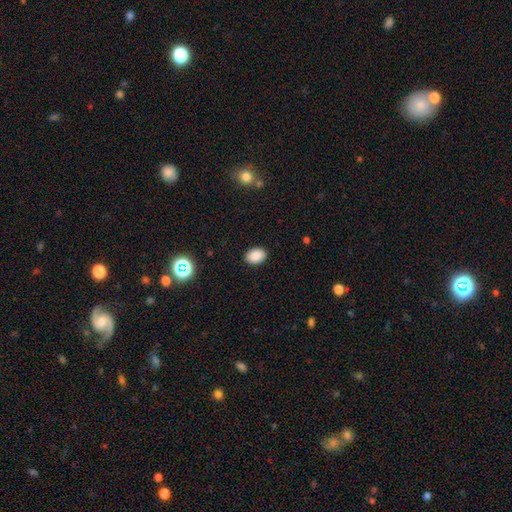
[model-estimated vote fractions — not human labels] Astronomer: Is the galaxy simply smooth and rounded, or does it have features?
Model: smooth — 88%.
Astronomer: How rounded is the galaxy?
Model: in between — 79%.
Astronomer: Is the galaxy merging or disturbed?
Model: none — 89%.